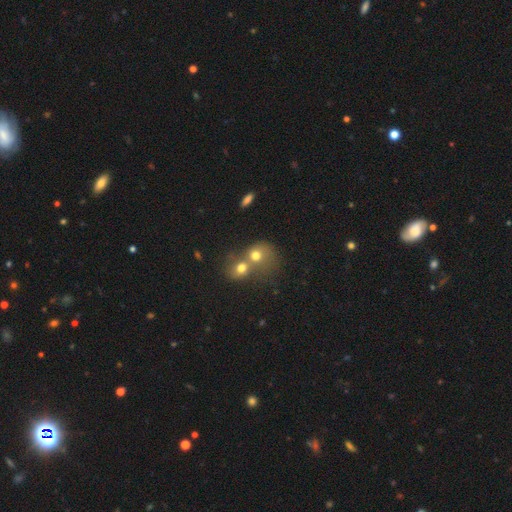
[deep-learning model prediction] Smooth or featured: smooth — 68% (featured or disk — 20%)
How rounded: round — 68% (in between — 31%)
Merging: merger — 72% (none — 18%)